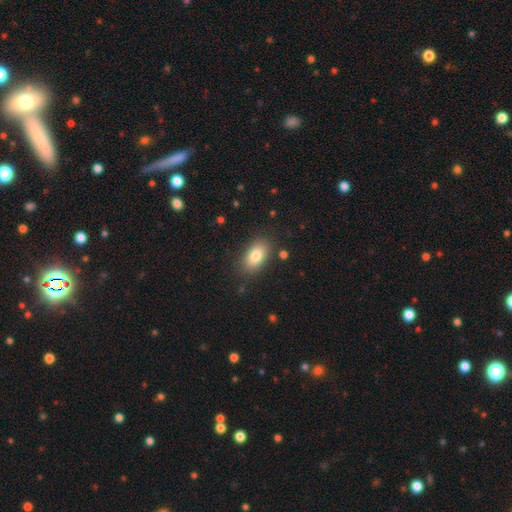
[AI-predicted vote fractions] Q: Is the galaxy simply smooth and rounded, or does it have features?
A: smooth — 81%.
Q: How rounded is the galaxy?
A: in between — 90%.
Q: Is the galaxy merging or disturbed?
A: none — 83%.